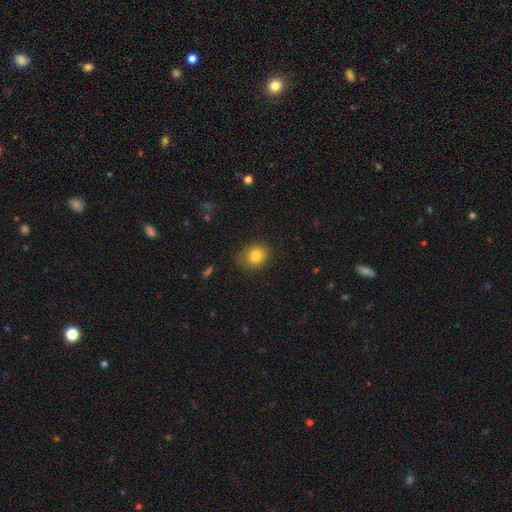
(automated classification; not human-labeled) Smooth or featured: smooth — 82% (star or artifact — 10%)
How rounded: round — 72% (in between — 27%)
Merging: none — 79% (minor disturbance — 16%)